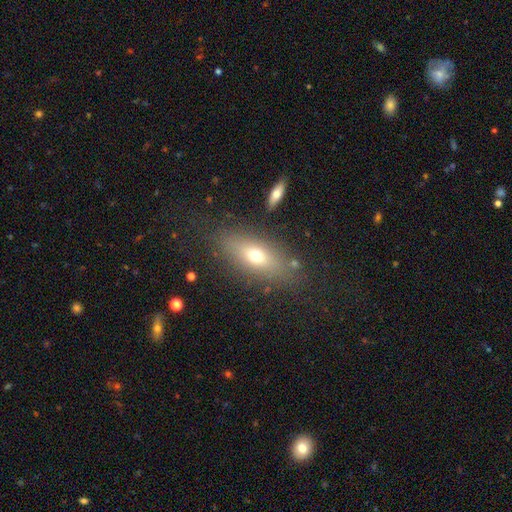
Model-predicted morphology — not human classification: A smooth galaxy with no disk features (65%) that is in between round and cigar-shaped (71%).

Vote fractions:
- Smooth or featured? smooth: 65% / featured or disk: 23% / star or artifact: 12%
- How rounded? in between: 71% / cigar-shaped: 21% / round: 8%
- Merging? none: 79% / minor disturbance: 12% / major disturbance: 6% / merger: 4%